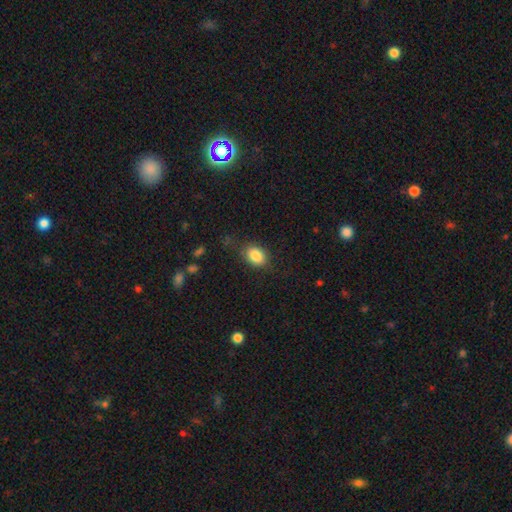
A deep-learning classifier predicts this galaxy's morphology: type=smooth (86%); roundness=in between (75%); merging=none (76%).